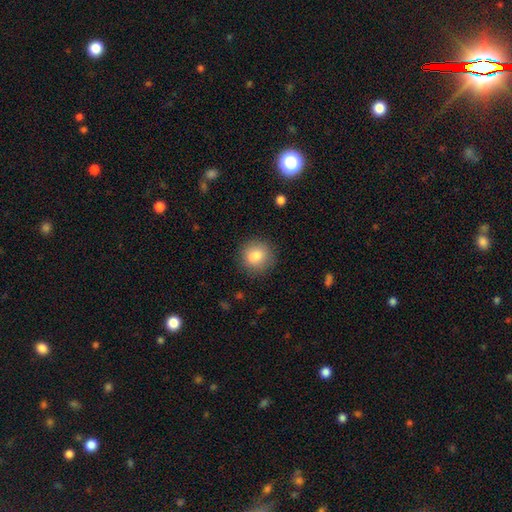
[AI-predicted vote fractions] smooth_or_featured: smooth (p=0.84) [alt: star or artifact p=0.08]
how_rounded: round (p=0.90) [alt: in between p=0.09]
merging: none (p=0.87) [alt: minor disturbance p=0.09]